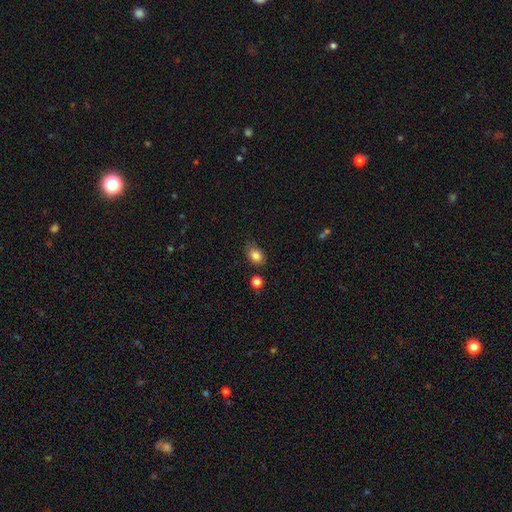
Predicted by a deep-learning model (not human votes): Morphology: type=smooth (84%); roundness=in between (64%); merging=none (68%).